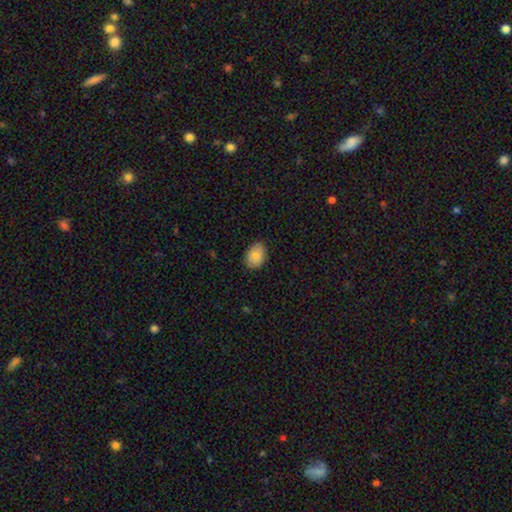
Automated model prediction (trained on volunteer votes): Smooth or featured? Predicted: smooth (p=0.86). How rounded? Predicted: in between (p=0.80). Merging? Predicted: none (p=0.85).